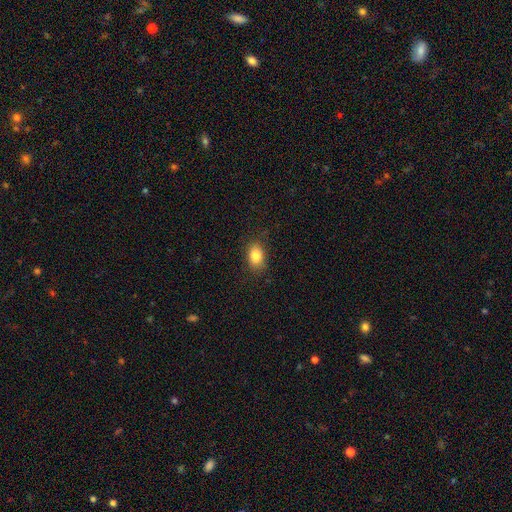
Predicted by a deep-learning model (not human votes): The model was most divided on "how rounded": in between: 79%, round: 20%, cigar-shaped: 1%. More confident: merging — none (84%); smooth or featured — smooth (84%).